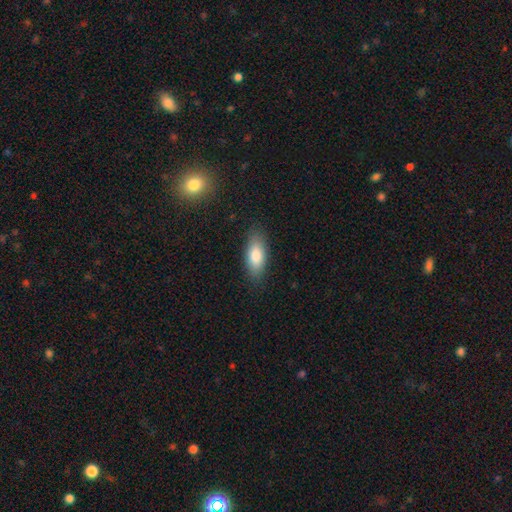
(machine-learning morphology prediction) smooth_or_featured: smooth (p=0.80) [alt: featured or disk p=0.13]
how_rounded: in between (p=0.79) [alt: cigar-shaped p=0.18]
merging: none (p=0.85) [alt: minor disturbance p=0.11]